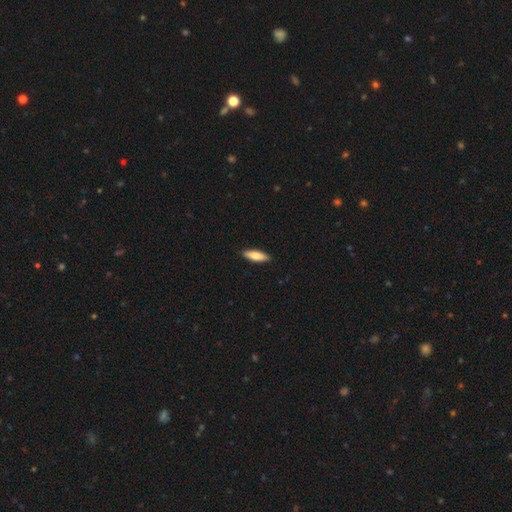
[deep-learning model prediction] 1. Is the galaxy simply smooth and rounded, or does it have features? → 75% smooth, 20% featured or disk, 5% star or artifact.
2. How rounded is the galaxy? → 52% cigar-shaped, 46% in between, 2% round.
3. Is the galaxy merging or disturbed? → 91% none, 7% minor disturbance, 1% major disturbance, 1% merger.